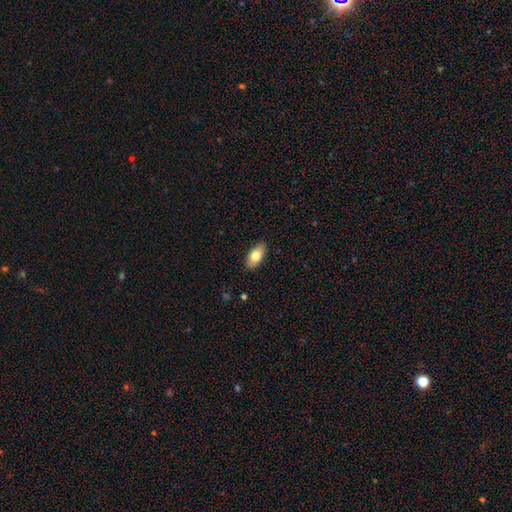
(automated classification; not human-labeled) Morphology: type=smooth (77%); roundness=in between (91%); merging=none (88%).